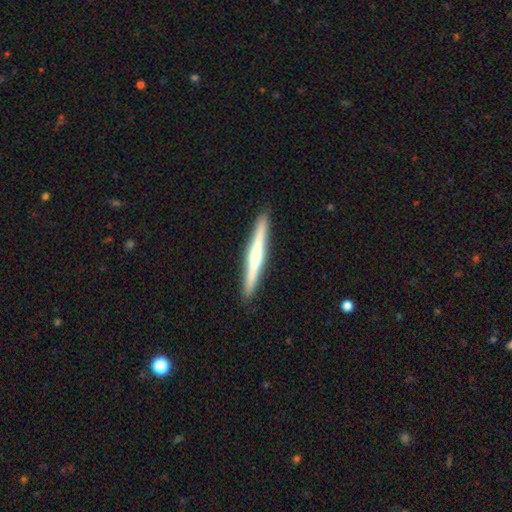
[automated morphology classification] smooth_or_featured: featured or disk (p=0.59) [alt: smooth p=0.36]
disk_edge_on: yes (p=0.98) [alt: no p=0.02]
edge_on_bulge: rounded (p=0.46) [alt: none p=0.39]
merging: none (p=0.92) [alt: minor disturbance p=0.06]